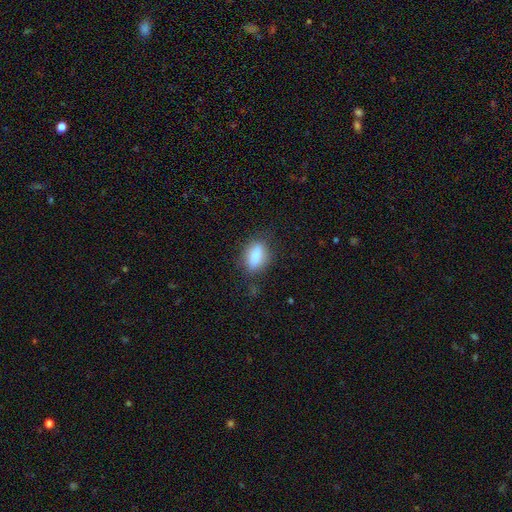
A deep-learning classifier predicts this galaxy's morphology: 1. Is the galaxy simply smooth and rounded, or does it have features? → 81% smooth, 10% featured or disk, 8% star or artifact.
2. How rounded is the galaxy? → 77% in between, 15% cigar-shaped, 8% round.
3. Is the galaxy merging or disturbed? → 72% none, 19% minor disturbance, 7% major disturbance, 2% merger.